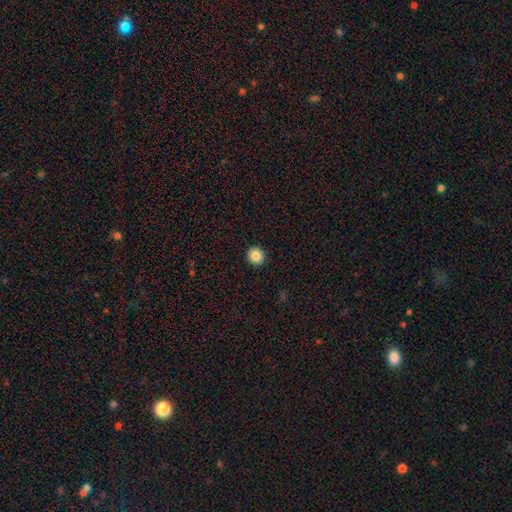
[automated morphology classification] Smooth or featured: smooth — 85% (star or artifact — 10%)
How rounded: round — 91% (in between — 8%)
Merging: none — 93% (minor disturbance — 4%)